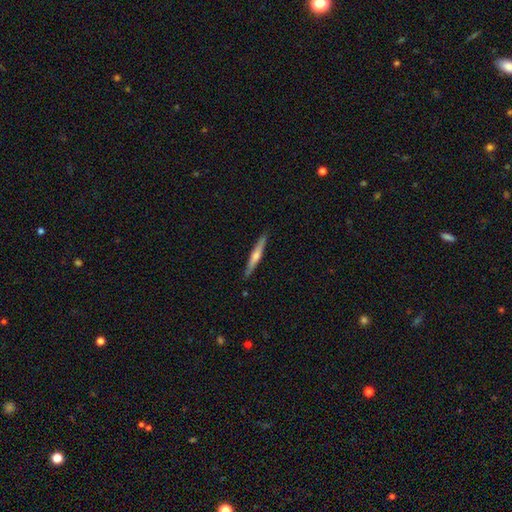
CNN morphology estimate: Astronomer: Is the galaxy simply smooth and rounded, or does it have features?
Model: featured or disk — 61%.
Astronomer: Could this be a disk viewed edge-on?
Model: yes — 98%.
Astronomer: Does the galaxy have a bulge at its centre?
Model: rounded — 77%.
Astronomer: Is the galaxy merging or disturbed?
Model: none — 91%.